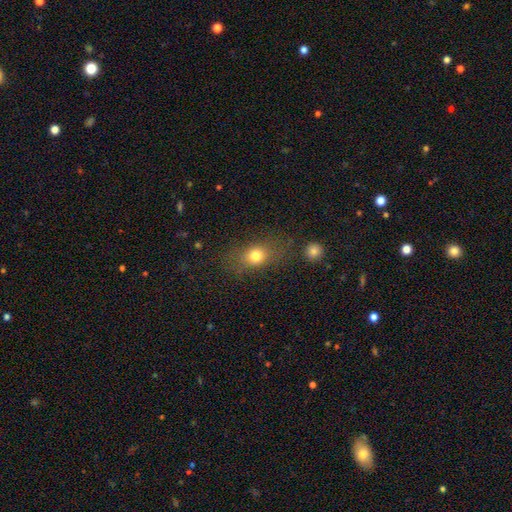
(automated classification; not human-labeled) Smooth or featured? Predicted: smooth (p=0.76). How rounded? Predicted: round (p=0.49). Merging? Predicted: none (p=0.69).